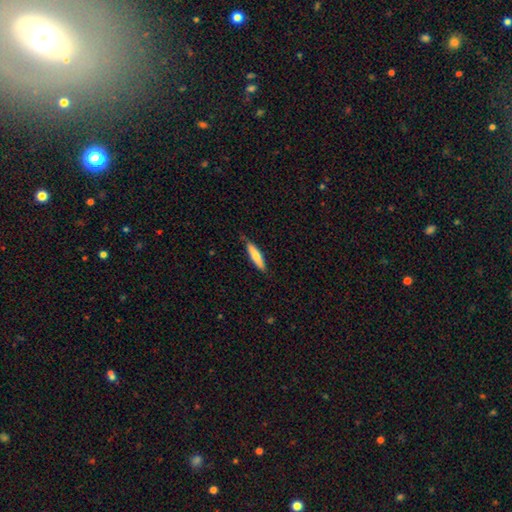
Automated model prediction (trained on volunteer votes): Smooth or featured? Predicted: smooth (p=0.68). How rounded? Predicted: cigar-shaped (p=0.77). Merging? Predicted: none (p=0.82).